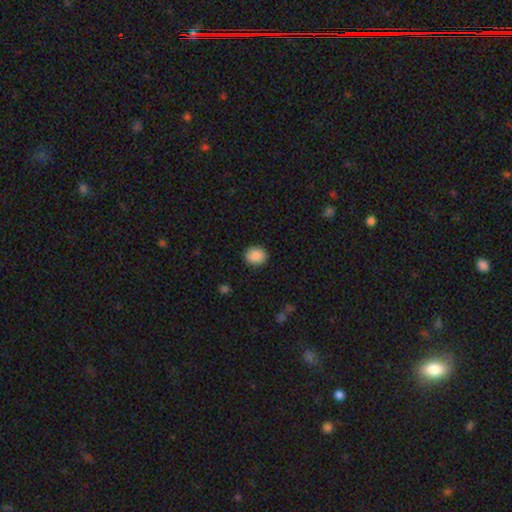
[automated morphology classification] Smooth or featured?
  - smooth: 89% *
  - star or artifact: 8%
  - featured or disk: 3%
How rounded?
  - round: 66% *
  - in between: 33%
  - cigar-shaped: 1%
Merging?
  - none: 89% *
  - minor disturbance: 8%
  - major disturbance: 2%
  - merger: 1%